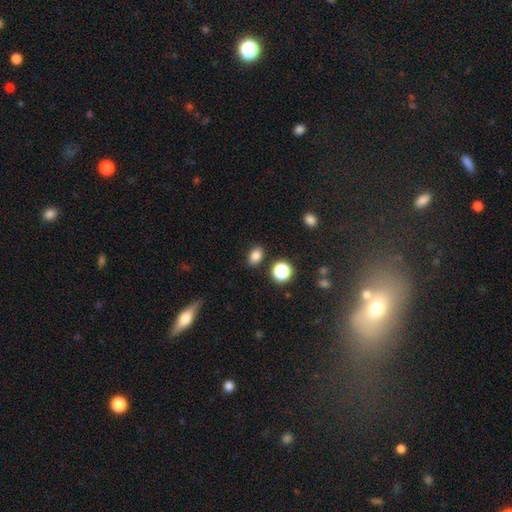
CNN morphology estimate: This appears to be a smooth galaxy with no disk features (82%) that is in between round and cigar-shaped (75%). Merging: none (85%).